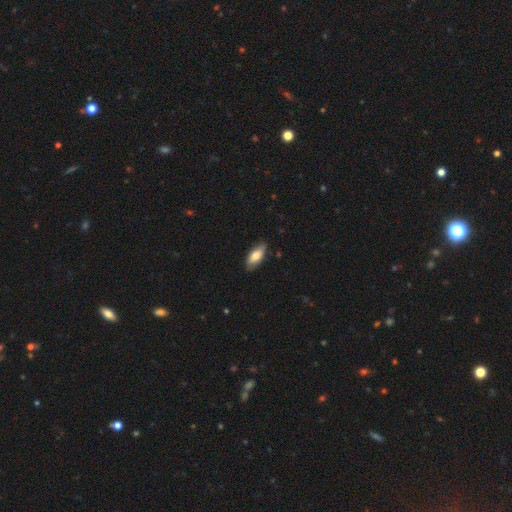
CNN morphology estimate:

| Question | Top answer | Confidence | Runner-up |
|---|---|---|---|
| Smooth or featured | smooth | 76% | featured or disk (18%) |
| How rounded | in between | 83% | cigar-shaped (15%) |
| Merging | none | 81% | minor disturbance (16%) |